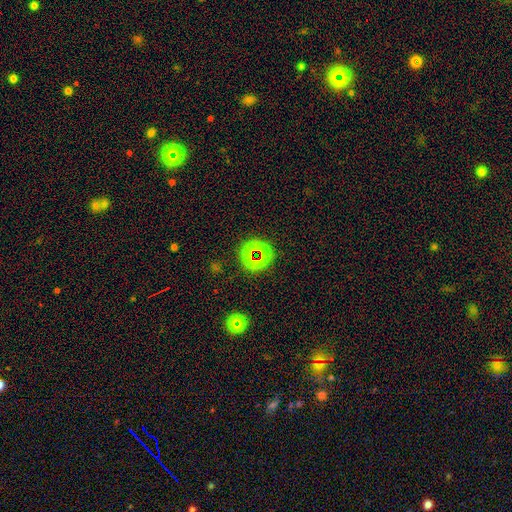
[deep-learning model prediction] This appears to be a star or artifact, not a galaxy (57%).